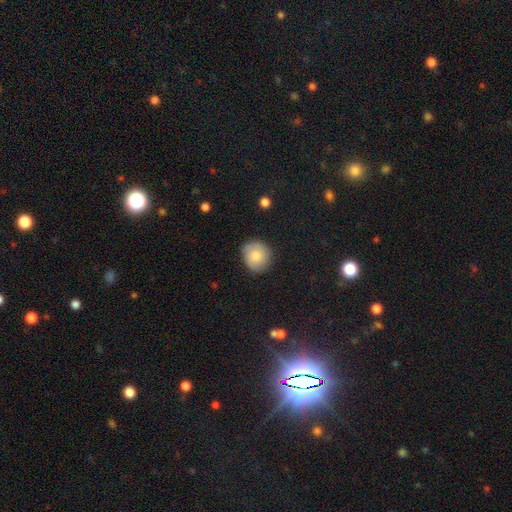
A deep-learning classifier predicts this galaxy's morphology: smooth-or-featured: smooth: 81% | featured or disk: 12% | star or artifact: 7%
  how-rounded: round: 86% | in between: 13% | cigar-shaped: 1%
  merging: none: 79% | minor disturbance: 16% | major disturbance: 3% | merger: 1%